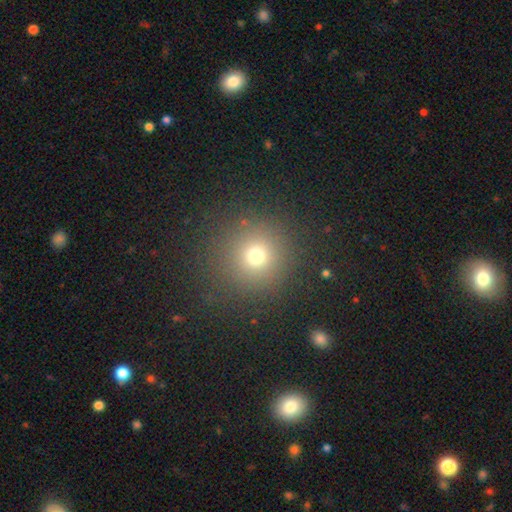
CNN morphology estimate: A smooth galaxy with no disk features (70%) that is round (93%). Merging: none (86%).